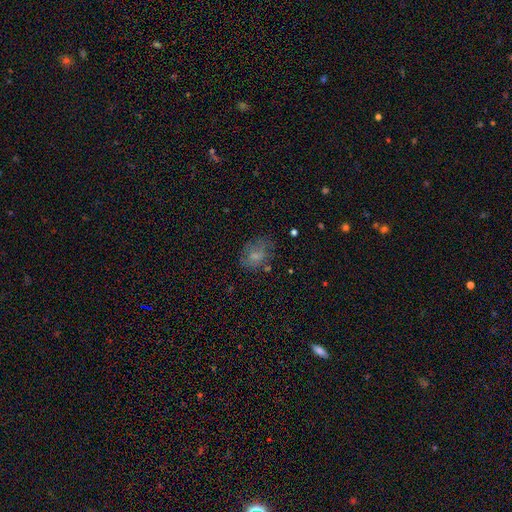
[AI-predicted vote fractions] Smooth or featured: smooth — 63% (featured or disk — 25%)
How rounded: in between — 69% (round — 29%)
Merging: none — 58% (minor disturbance — 24%)